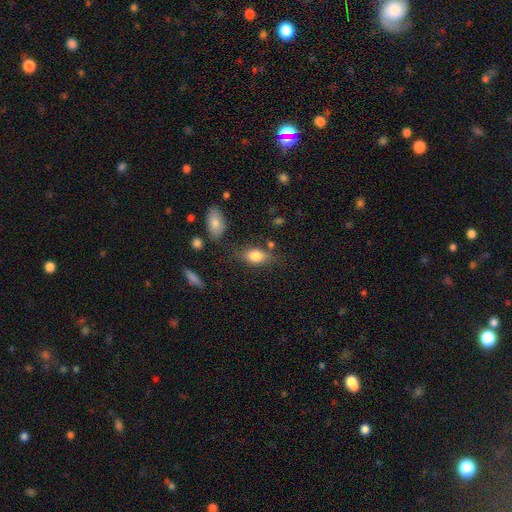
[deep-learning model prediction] A smooth galaxy with no disk features (79%) that is in between round and cigar-shaped (83%). Merging: none (68%).